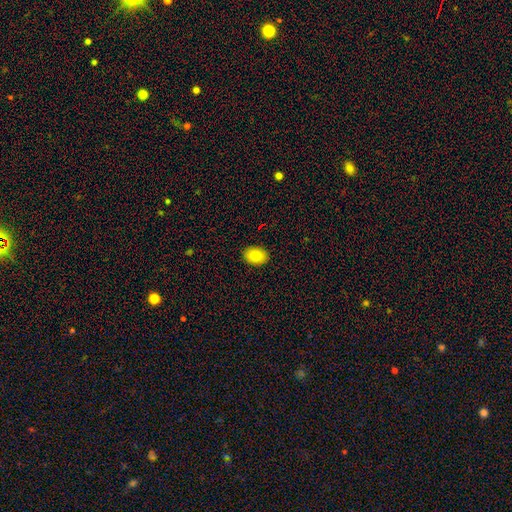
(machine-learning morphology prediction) Smooth or featured?
  - smooth: 82% *
  - featured or disk: 9%
  - star or artifact: 9%
How rounded?
  - in between: 72% *
  - round: 27%
  - cigar-shaped: 1%
Merging?
  - none: 91% *
  - minor disturbance: 7%
  - major disturbance: 2%
  - merger: 1%